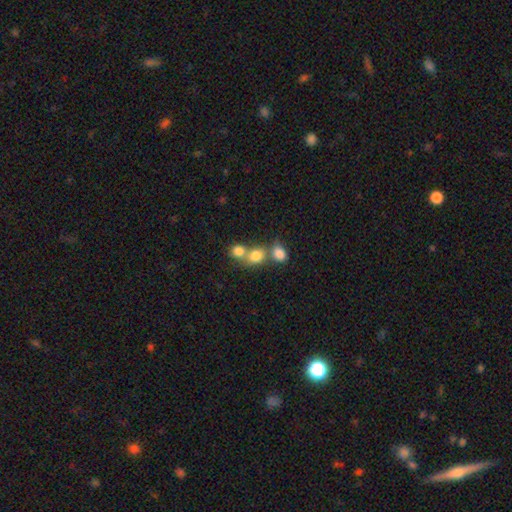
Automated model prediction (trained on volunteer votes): Smooth or featured?
  - smooth: 79% *
  - star or artifact: 11%
  - featured or disk: 10%
How rounded?
  - round: 66% *
  - in between: 33%
  - cigar-shaped: 1%
Merging?
  - merger: 55% *
  - none: 35%
  - minor disturbance: 7%
  - major disturbance: 3%